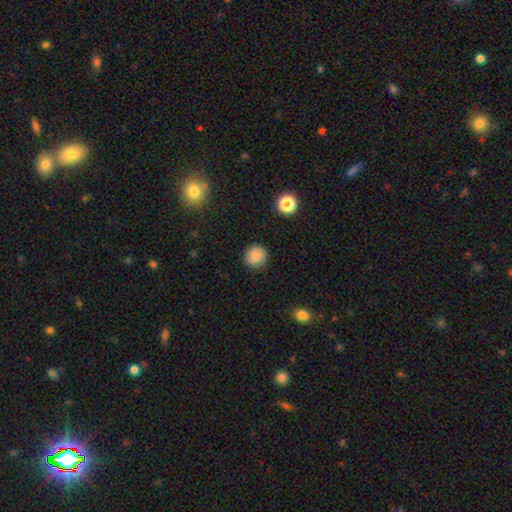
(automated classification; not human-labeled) Smooth or featured?
  - smooth: 85% *
  - star or artifact: 10%
  - featured or disk: 5%
How rounded?
  - round: 94% *
  - in between: 5%
  - cigar-shaped: 1%
Merging?
  - none: 89% *
  - minor disturbance: 7%
  - major disturbance: 2%
  - merger: 1%